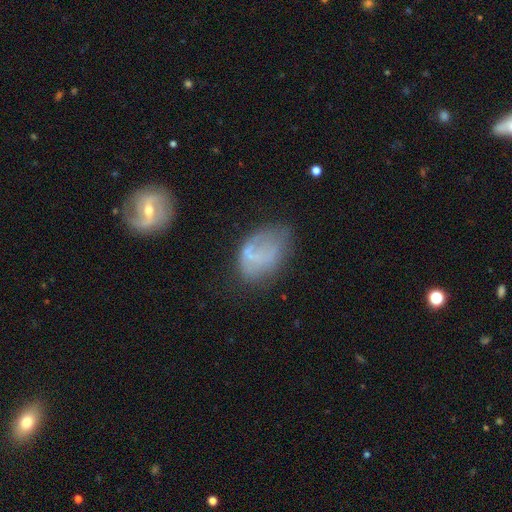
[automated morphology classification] Smooth or featured? Predicted: smooth (p=0.49). Merging? Predicted: none (p=0.42).